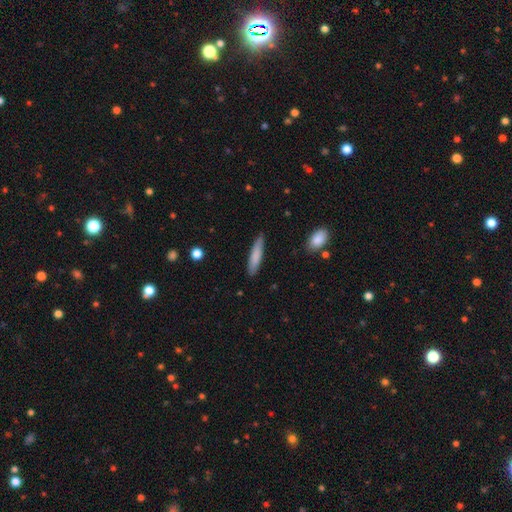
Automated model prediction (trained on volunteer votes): Smooth or featured?
  - smooth: 80% *
  - featured or disk: 15%
  - star or artifact: 6%
How rounded?
  - cigar-shaped: 84% *
  - in between: 14%
  - round: 1%
Merging?
  - none: 85% *
  - minor disturbance: 12%
  - major disturbance: 2%
  - merger: 1%